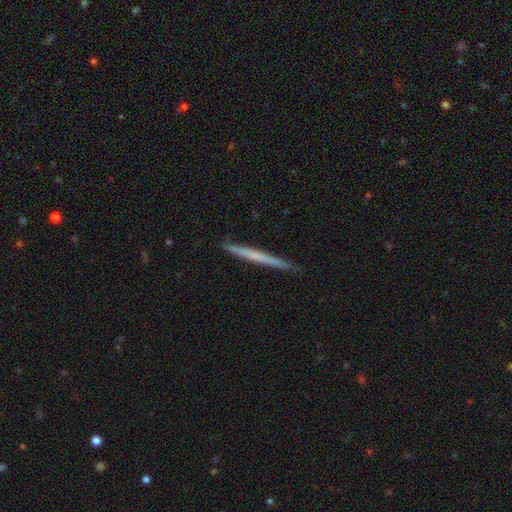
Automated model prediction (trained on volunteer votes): smooth_or_featured: smooth (p=0.47) [tied with: featured or disk p=0.47]
merging: none (p=0.90) [alt: minor disturbance p=0.08]